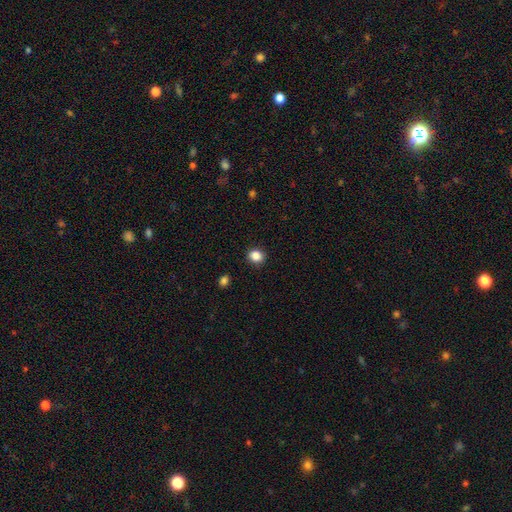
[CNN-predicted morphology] Smooth or featured? Predicted: smooth (p=0.85). How rounded? Predicted: round (p=0.74). Merging? Predicted: none (p=0.90).